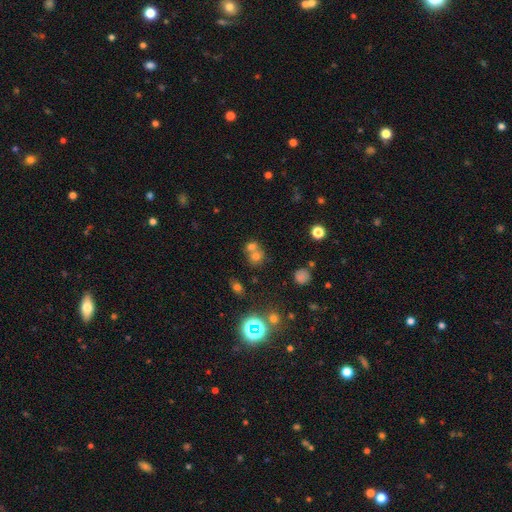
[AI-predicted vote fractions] A smooth galaxy with no disk features (63%) that is round (74%). Merging: merger (53%).